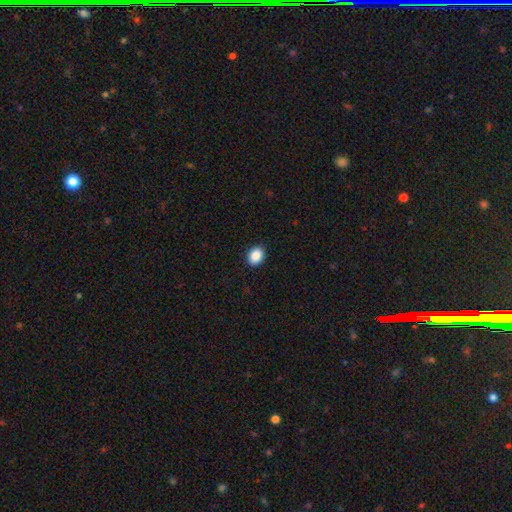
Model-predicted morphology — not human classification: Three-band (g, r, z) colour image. It shows a smooth galaxy with no disk features (89%) that is in between round and cigar-shaped (60%). Merging: none (91%).